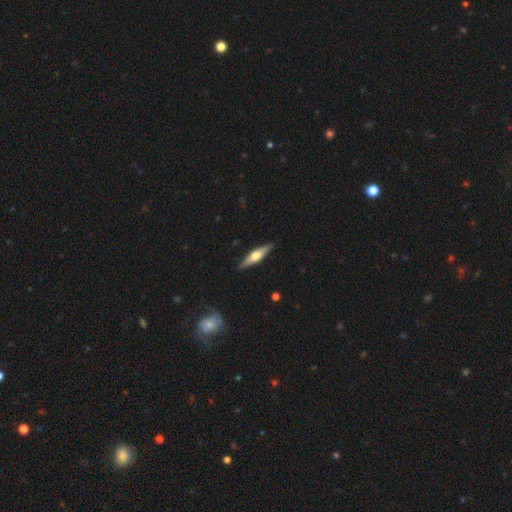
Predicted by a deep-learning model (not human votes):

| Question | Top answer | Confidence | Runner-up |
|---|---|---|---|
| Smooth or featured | featured or disk | 61% | smooth (34%) |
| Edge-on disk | yes | 96% | no (4%) |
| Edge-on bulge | rounded | 92% | boxy (5%) |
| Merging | none | 90% | minor disturbance (8%) |